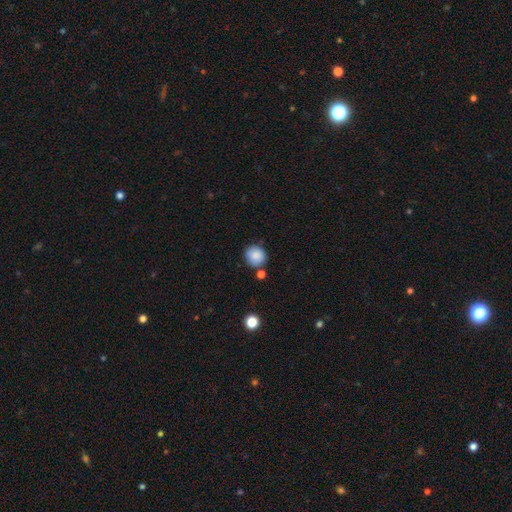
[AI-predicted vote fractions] smooth 87%, star or artifact 8%, featured or disk 5%. Down the decision tree: how rounded — round (90%); merging — none (76%).